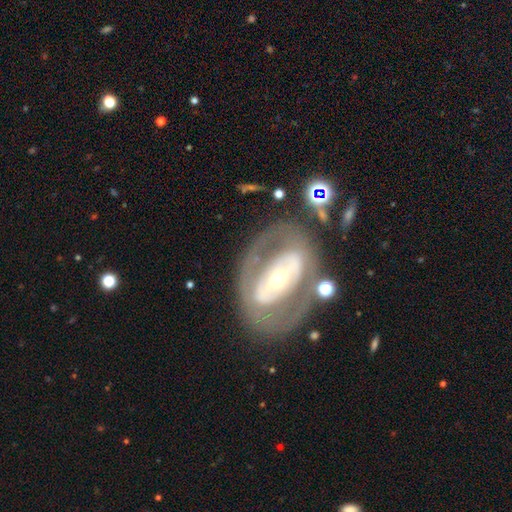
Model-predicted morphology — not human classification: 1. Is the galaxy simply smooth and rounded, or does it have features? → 76% featured or disk, 17% smooth, 7% star or artifact.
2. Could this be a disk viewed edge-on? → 92% no, 8% yes.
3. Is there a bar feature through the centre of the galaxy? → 40% strong, 36% no, 25% weak.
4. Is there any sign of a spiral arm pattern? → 56% no, 44% yes.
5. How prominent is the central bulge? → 55% small, 37% moderate, 5% large, 2% dominant, 1% none.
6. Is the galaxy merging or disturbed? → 69% none, 14% minor disturbance, 12% major disturbance, 5% merger.